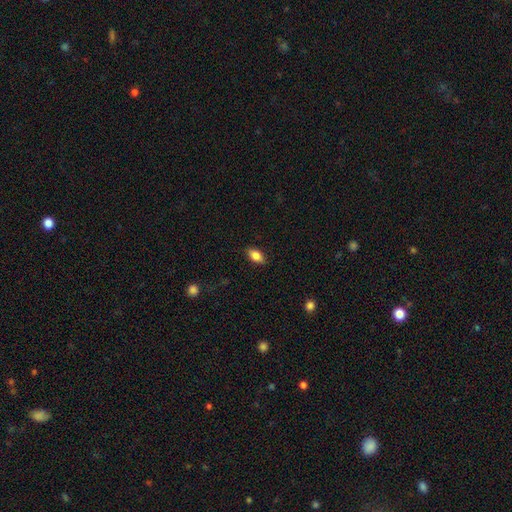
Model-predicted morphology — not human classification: A smooth galaxy with no disk features (83%) that is in between round and cigar-shaped (89%). Merging: none (87%).